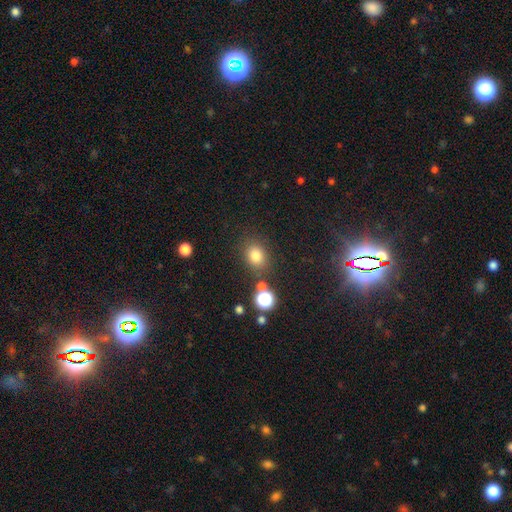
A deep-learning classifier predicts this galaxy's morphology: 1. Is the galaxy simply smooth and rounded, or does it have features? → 78% smooth, 15% star or artifact, 6% featured or disk.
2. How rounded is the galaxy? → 55% round, 44% in between, 1% cigar-shaped.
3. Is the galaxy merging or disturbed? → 78% none, 12% minor disturbance, 7% merger, 4% major disturbance.